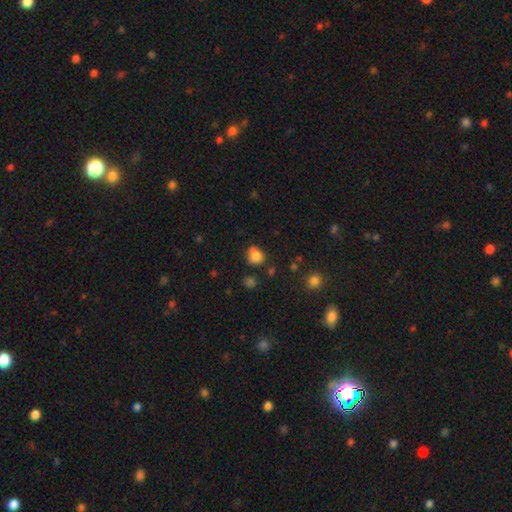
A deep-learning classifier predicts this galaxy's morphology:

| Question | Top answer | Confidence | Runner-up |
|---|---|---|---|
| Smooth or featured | smooth | 80% | star or artifact (12%) |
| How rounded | round | 62% | in between (37%) |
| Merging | none | 54% | minor disturbance (27%) |